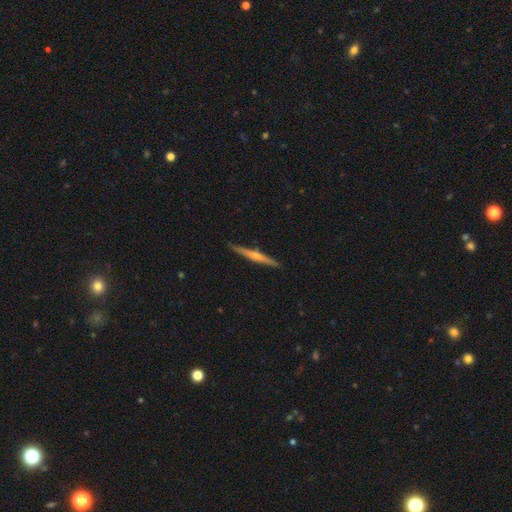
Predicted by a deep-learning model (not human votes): Smooth or featured?
  - featured or disk: 61% *
  - smooth: 33%
  - star or artifact: 5%
Edge-on disk?
  - yes: 97% *
  - no: 3%
Edge-on bulge?
  - rounded: 63% *
  - none: 30%
  - boxy: 7%
Merging?
  - none: 89% *
  - minor disturbance: 8%
  - major disturbance: 1%
  - merger: 1%